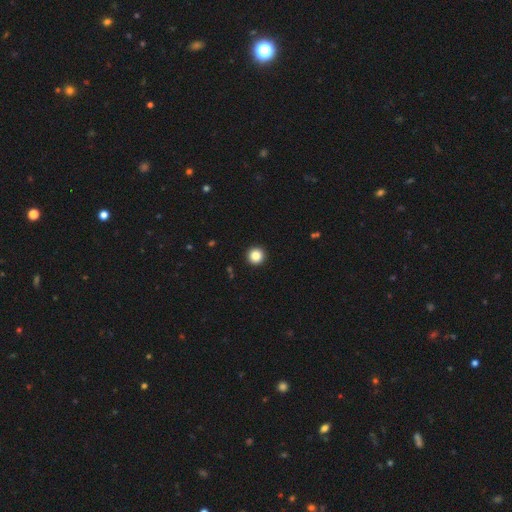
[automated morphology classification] smooth-or-featured: smooth: 86% | star or artifact: 10% | featured or disk: 4%
  how-rounded: round: 96% | in between: 3% | cigar-shaped: 1%
  merging: none: 94% | minor disturbance: 4% | major disturbance: 1% | merger: 1%